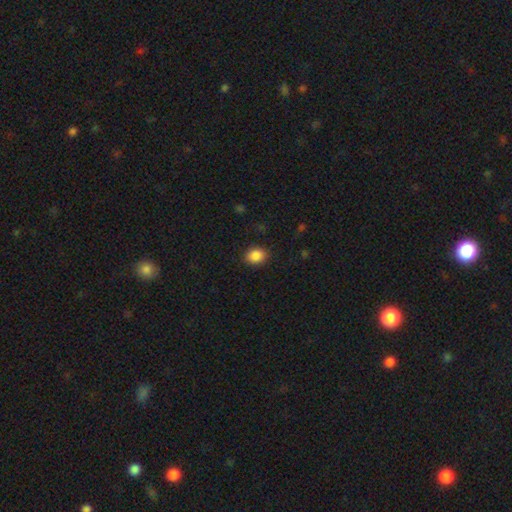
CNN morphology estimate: The model was most divided on "how rounded": in between: 53%, round: 46%, cigar-shaped: 1%. More confident: merging — none (88%); smooth or featured — smooth (87%).